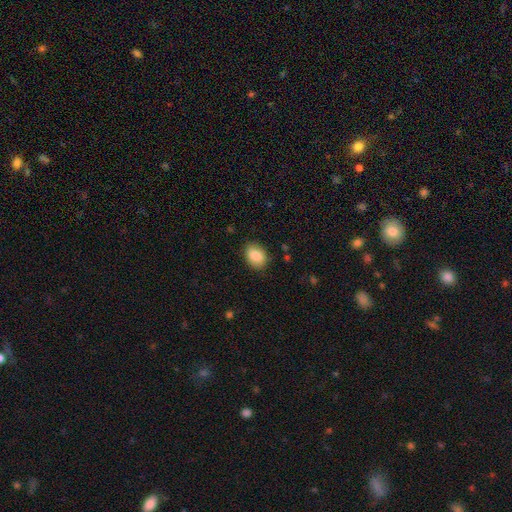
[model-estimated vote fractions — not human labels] Smooth or featured: smooth — 87% (star or artifact — 7%)
How rounded: in between — 73% (round — 26%)
Merging: none — 83% (minor disturbance — 13%)